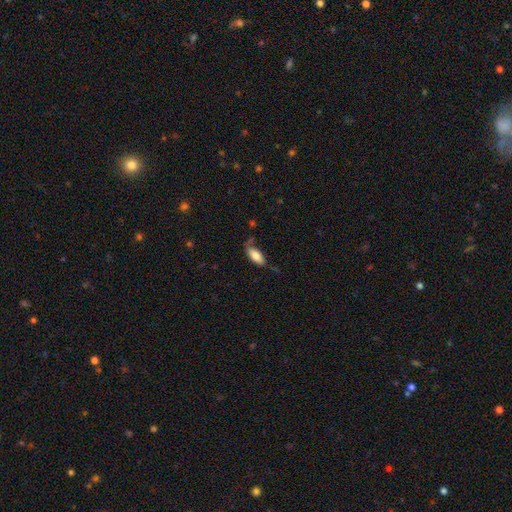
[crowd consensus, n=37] Smooth or featured? 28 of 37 (76%) said smooth. How rounded? 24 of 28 (86%) said in between. Merging? 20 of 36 (56%) said none.